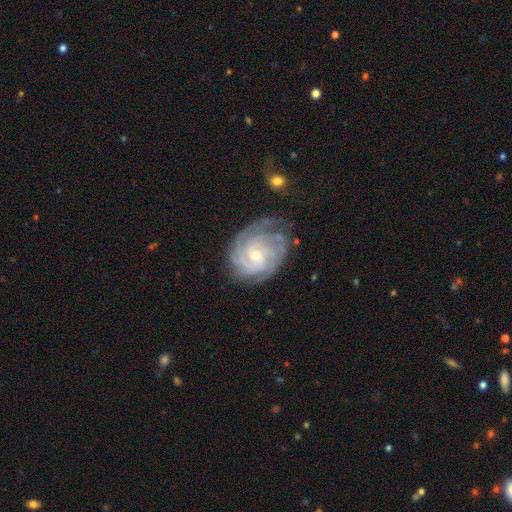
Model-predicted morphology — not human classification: This appears to be a featured or disk galaxy (85%) with no bar (62%), tight (72%) spiral arms (96%) and a small central bulge (59%). Merging: none (67%).